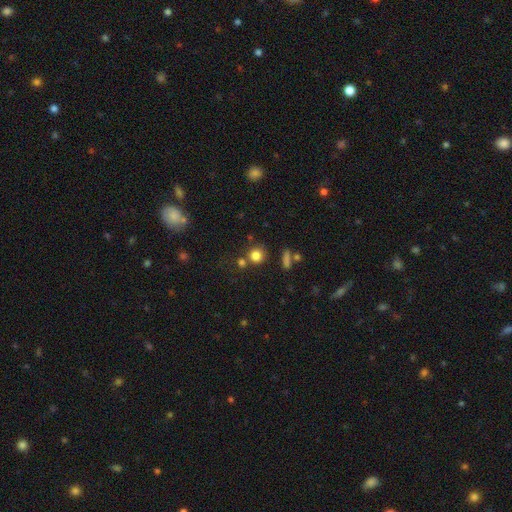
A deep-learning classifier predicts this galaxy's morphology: Overall: smooth (80%). How rounded: round (89%). Merging: none (70%).